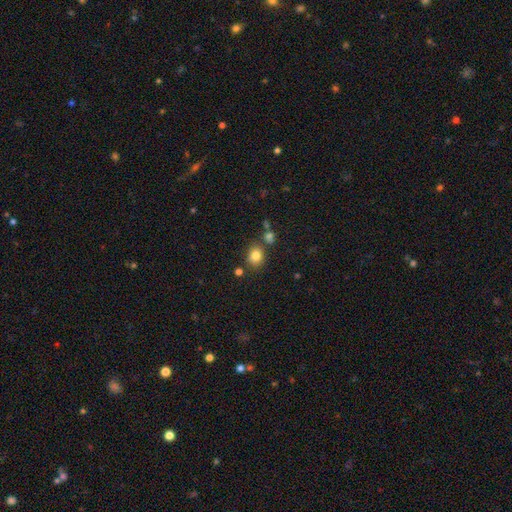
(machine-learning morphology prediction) This is clearly a smooth galaxy (80%). How rounded: likely round (62%). Merging: likely none (76%).